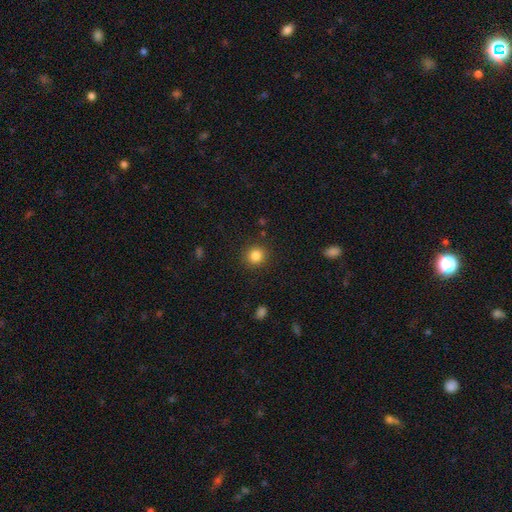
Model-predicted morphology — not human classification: Q: Smooth or featured?
A: smooth (85%); runner-up: star or artifact (11%)
Q: How rounded?
A: round (91%); runner-up: in between (8%)
Q: Merging?
A: none (89%); runner-up: minor disturbance (7%)